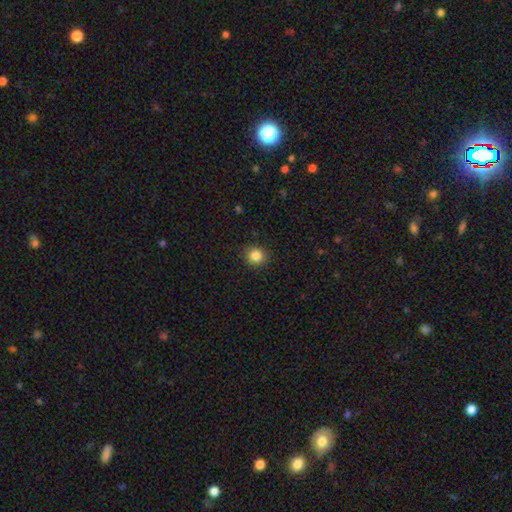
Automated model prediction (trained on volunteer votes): Smooth or featured?
  - smooth: 85% *
  - star or artifact: 11%
  - featured or disk: 4%
How rounded?
  - round: 89% *
  - in between: 10%
  - cigar-shaped: 1%
Merging?
  - none: 91% *
  - minor disturbance: 6%
  - major disturbance: 2%
  - merger: 1%